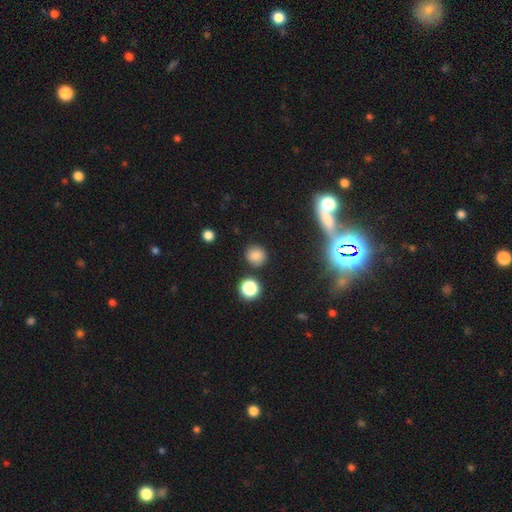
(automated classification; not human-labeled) smooth-or-featured: smooth: 80% | star or artifact: 14% | featured or disk: 6%
  how-rounded: round: 88% | in between: 11% | cigar-shaped: 1%
  merging: none: 85% | minor disturbance: 8% | merger: 3% | major disturbance: 3%